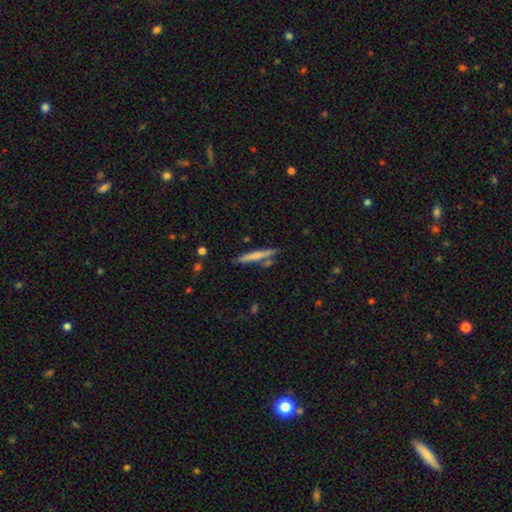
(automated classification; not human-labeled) smooth 65%, featured or disk 29%, star or artifact 6%. Down the decision tree: how rounded — cigar-shaped (95%); merging — none (77%).